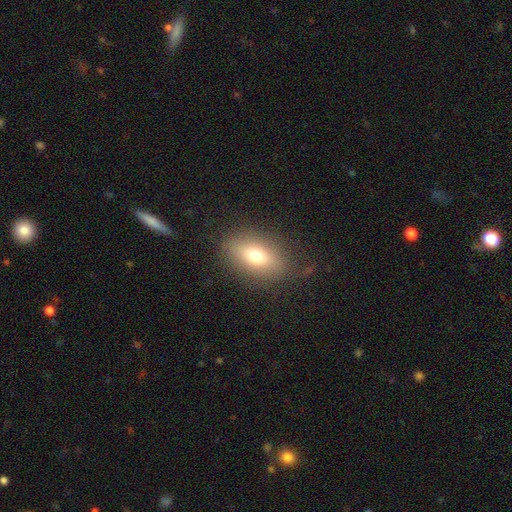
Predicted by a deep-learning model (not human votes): Q: Smooth or featured?
A: smooth (71%); runner-up: featured or disk (18%)
Q: How rounded?
A: in between (82%); runner-up: round (13%)
Q: Merging?
A: none (79%); runner-up: minor disturbance (14%)